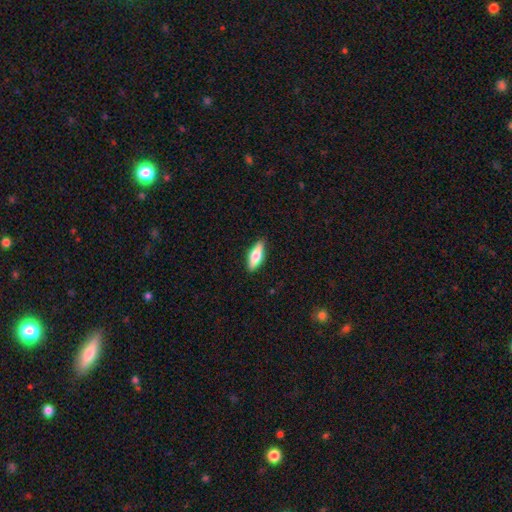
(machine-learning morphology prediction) Overall: smooth (64%; featured or disk 30%). How rounded: in between (56%; cigar-shaped 42%). Merging: none (89%).